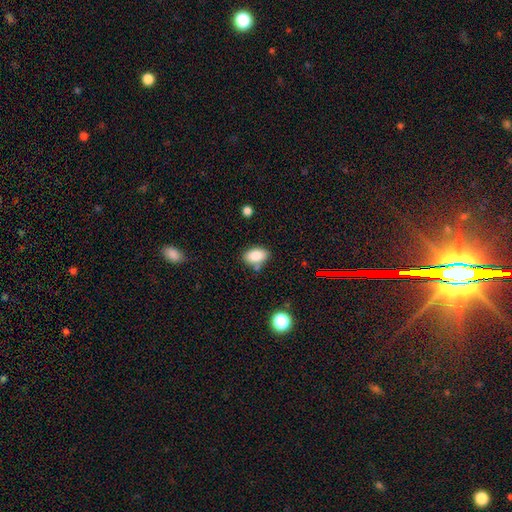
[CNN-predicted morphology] type=smooth (84%); roundness=in between (87%); merging=none (72%).